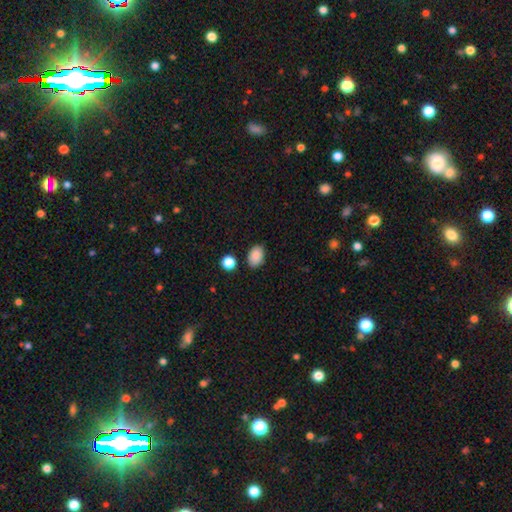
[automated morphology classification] smooth_or_featured: smooth (p=0.88) [alt: star or artifact p=0.08]
how_rounded: in between (p=0.86) [alt: round p=0.13]
merging: none (p=0.83) [alt: minor disturbance p=0.11]